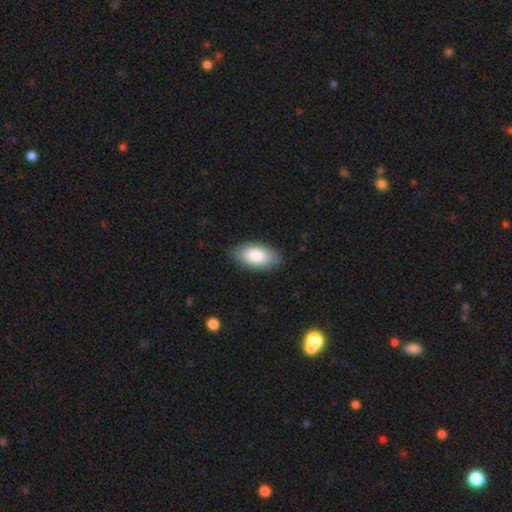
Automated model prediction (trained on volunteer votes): The model was most divided on "smooth or featured": smooth: 83%, featured or disk: 11%, star or artifact: 6%. More confident: how rounded — in between (94%); merging — none (86%).